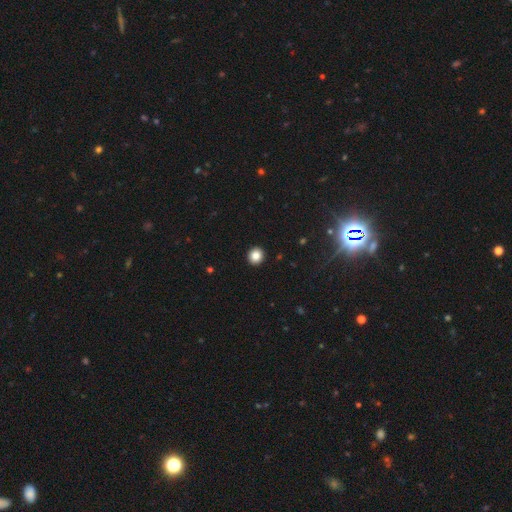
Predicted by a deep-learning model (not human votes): A smooth galaxy with no disk features (85%) that is round (91%).

Vote fractions:
- Smooth or featured? smooth: 85% / star or artifact: 10% / featured or disk: 5%
- How rounded? round: 91% / in between: 8% / cigar-shaped: 1%
- Merging? none: 94% / minor disturbance: 4% / major disturbance: 1% / merger: 1%